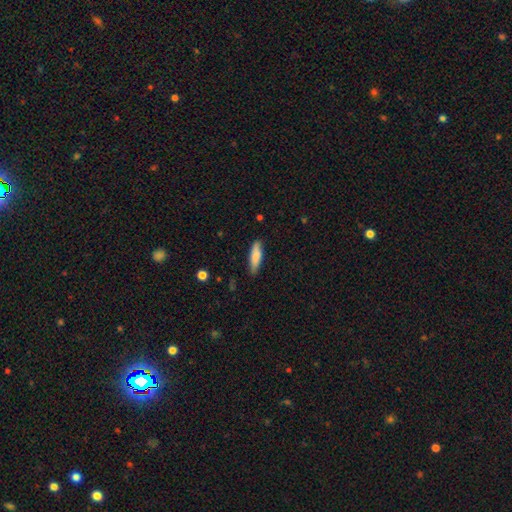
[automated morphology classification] smooth_or_featured: smooth (p=0.84) [alt: featured or disk p=0.10]
how_rounded: cigar-shaped (p=0.63) [alt: in between p=0.35]
merging: none (p=0.82) [alt: minor disturbance p=0.14]